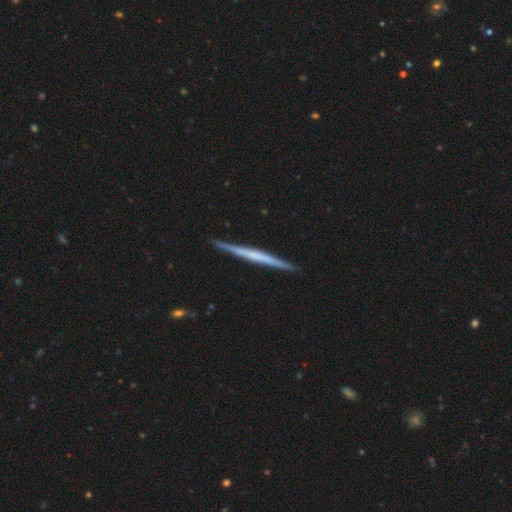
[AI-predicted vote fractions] featured or disk 64%, smooth 32%, star or artifact 5%. Down the decision tree: edge-on disk — yes (98%); edge-on bulge — none (78%); merging — none (91%).